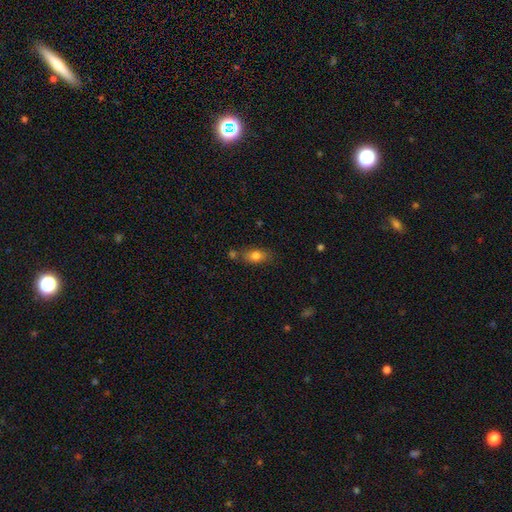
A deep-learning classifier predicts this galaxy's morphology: Overall: smooth (79%). How rounded: in between (81%). Merging: none (64%).